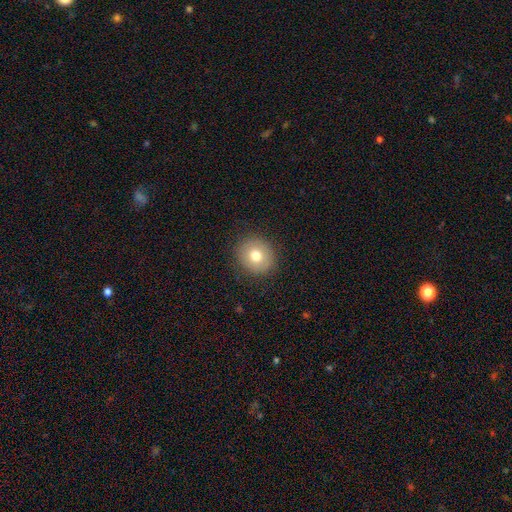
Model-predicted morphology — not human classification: Overall: smooth (74%). How rounded: round (85%). Merging: none (89%).